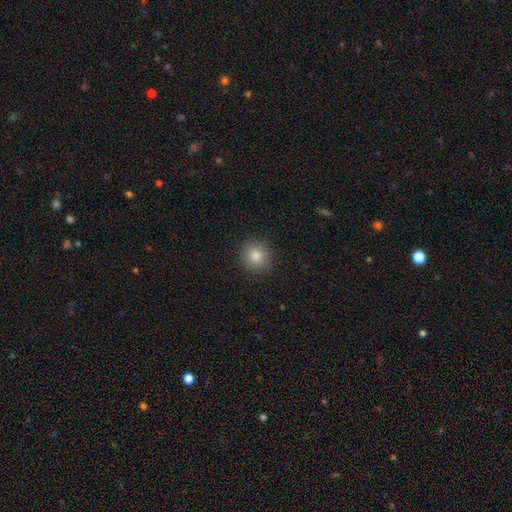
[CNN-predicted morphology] smooth_or_featured: smooth (p=0.83) [alt: star or artifact p=0.11]
how_rounded: round (p=0.92) [alt: in between p=0.07]
merging: none (p=0.92) [alt: minor disturbance p=0.05]